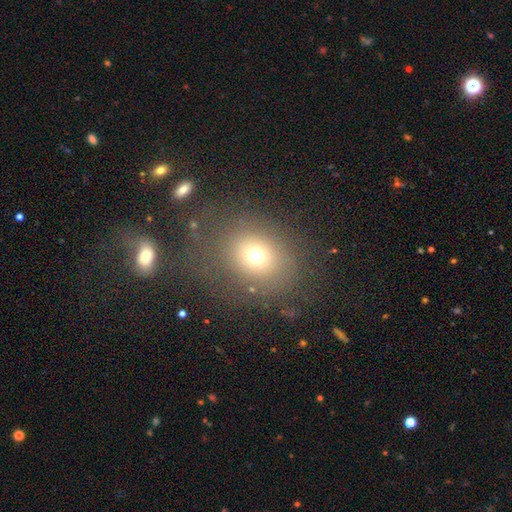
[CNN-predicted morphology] A smooth galaxy with no disk features (69%) that is round (67%).

Vote fractions:
- Smooth or featured? smooth: 69% / star or artifact: 19% / featured or disk: 12%
- How rounded? round: 67% / in between: 32% / cigar-shaped: 1%
- Merging? none: 68% / major disturbance: 14% / minor disturbance: 14% / merger: 4%